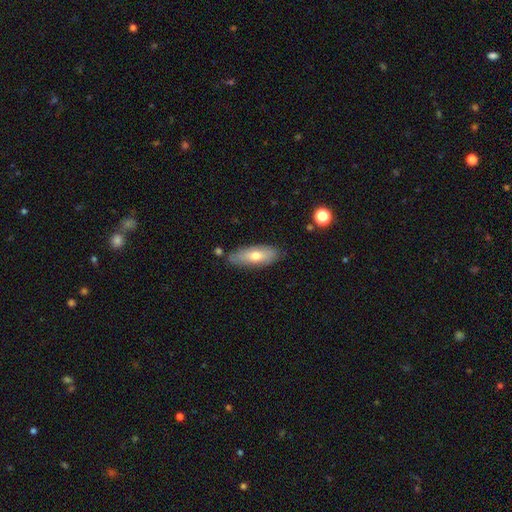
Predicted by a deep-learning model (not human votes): Morphology: type=smooth (63%); roundness=in between (66%); merging=none (78%).